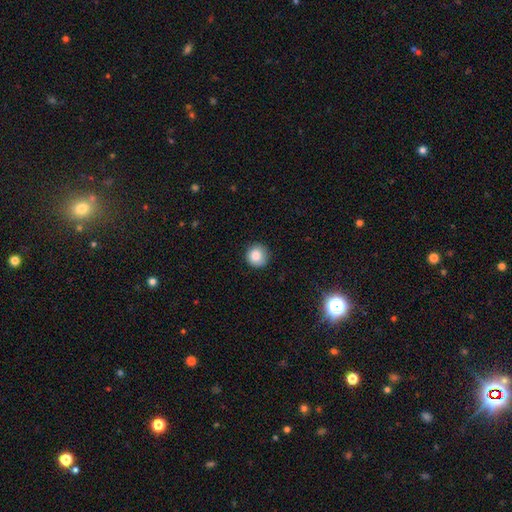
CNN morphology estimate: smooth_or_featured: smooth (p=0.85) [alt: star or artifact p=0.09]
how_rounded: round (p=0.93) [alt: in between p=0.06]
merging: none (p=0.87) [alt: minor disturbance p=0.10]